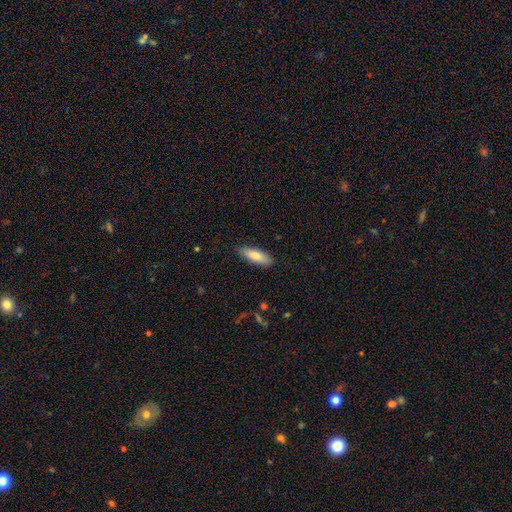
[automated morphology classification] smooth-or-featured: smooth: 80% | featured or disk: 14% | star or artifact: 6%
  how-rounded: in between: 55% | cigar-shaped: 43% | round: 2%
  merging: none: 87% | minor disturbance: 10% | major disturbance: 2% | merger: 1%